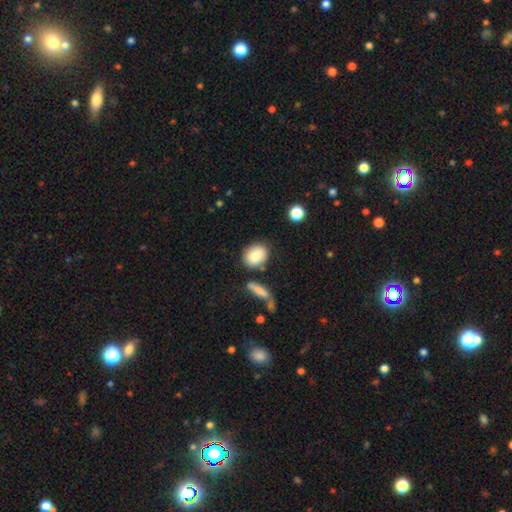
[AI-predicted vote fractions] A smooth galaxy with no disk features (83%) that is in between round and cigar-shaped (57%).

Vote fractions:
- Smooth or featured? smooth: 83% / featured or disk: 10% / star or artifact: 8%
- How rounded? in between: 57% / round: 40% / cigar-shaped: 2%
- Merging? none: 73% / minor disturbance: 13% / merger: 11% / major disturbance: 4%